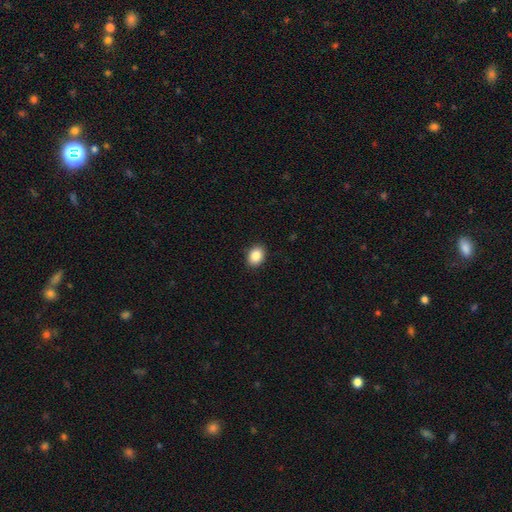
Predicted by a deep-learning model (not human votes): This is clearly a smooth galaxy (87%). How rounded: likely in between (63%). Merging: clearly none (91%).